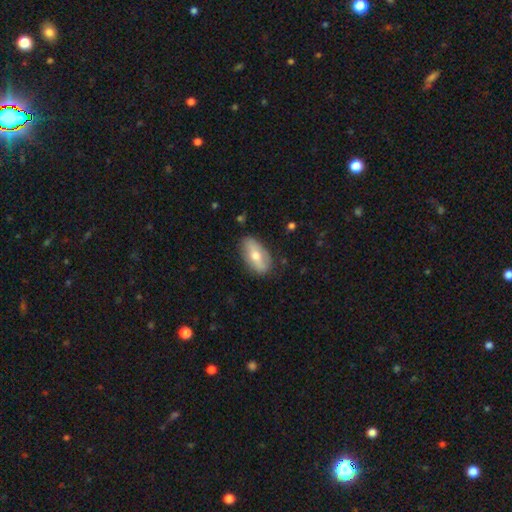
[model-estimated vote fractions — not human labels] Smooth or featured?
  - smooth: 57% *
  - featured or disk: 37%
  - star or artifact: 6%
How rounded?
  - in between: 90% *
  - cigar-shaped: 6%
  - round: 5%
Merging?
  - none: 79% *
  - minor disturbance: 16%
  - major disturbance: 4%
  - merger: 2%